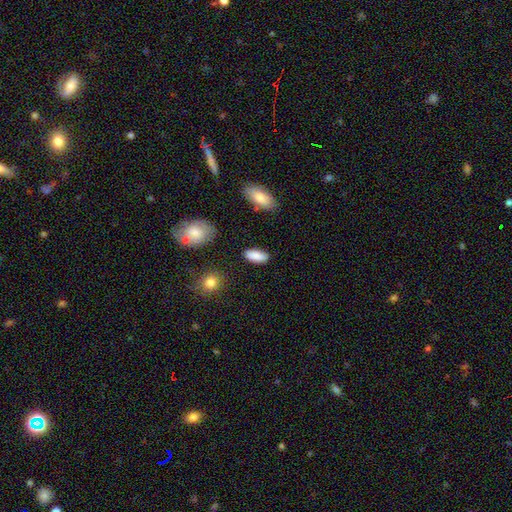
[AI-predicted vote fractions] The model was most divided on "how rounded": in between: 85%, cigar-shaped: 12%, round: 3%. More confident: smooth or featured — smooth (86%); merging — none (85%).